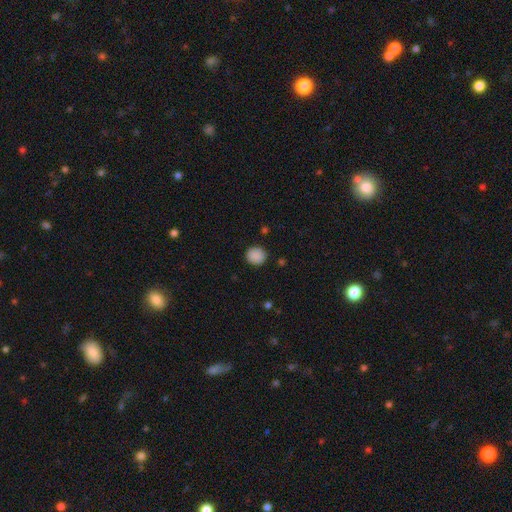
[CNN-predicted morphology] Smooth or featured: smooth — 88% (star or artifact — 9%)
How rounded: round — 87% (in between — 12%)
Merging: none — 88% (minor disturbance — 9%)